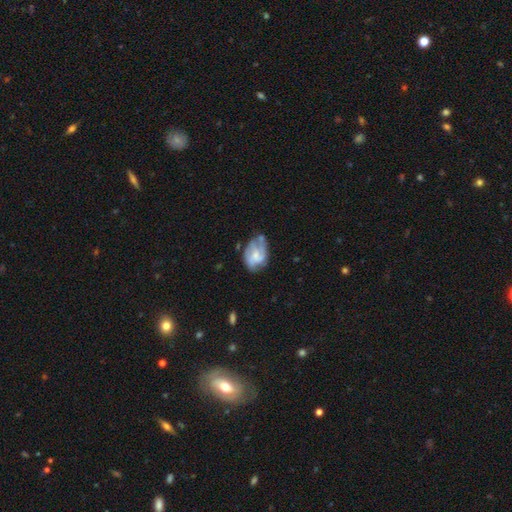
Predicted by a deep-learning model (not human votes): Smooth or featured?
  - featured or disk: 60% *
  - smooth: 33%
  - star or artifact: 7%
Edge-on disk?
  - no: 97% *
  - yes: 3%
Bar?
  - no: 59% *
  - weak: 34%
  - strong: 6%
Spiral arms?
  - yes: 75% *
  - no: 25%
Bulge size?
  - small: 38% *
  - moderate: 37%
  - none: 19%
  - large: 6%
  - dominant: 1%
Merging?
  - none: 46% *
  - minor disturbance: 31%
  - major disturbance: 16%
  - merger: 7%